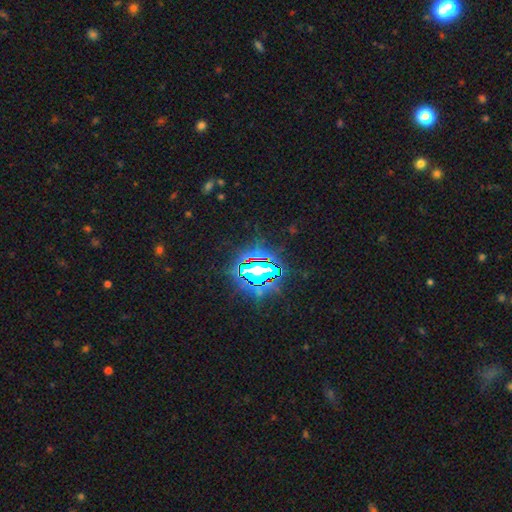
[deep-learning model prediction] Smooth or featured? Predicted: star or artifact (p=0.83).